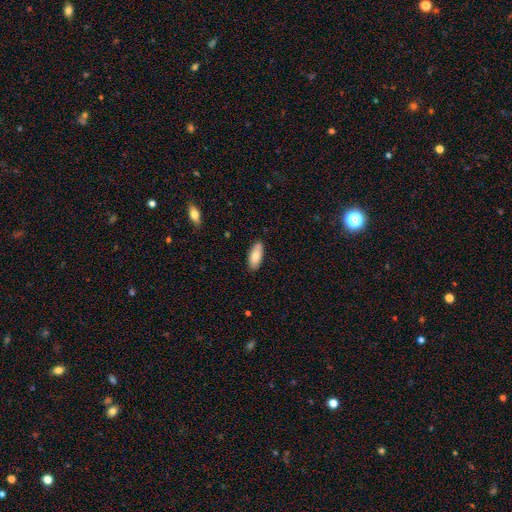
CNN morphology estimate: Overall: smooth (83%). How rounded: in between (82%). Merging: none (85%).